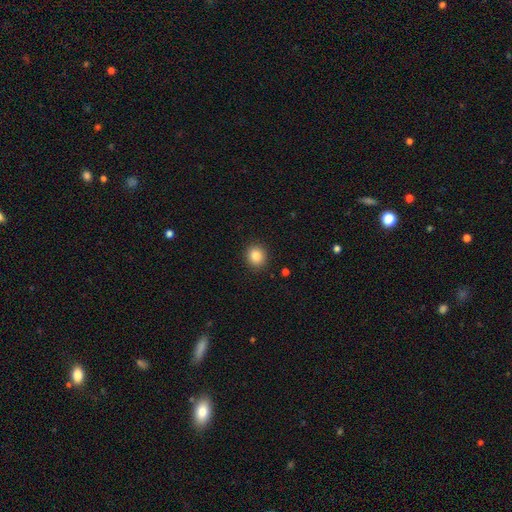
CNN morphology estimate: Q: Smooth or featured?
A: smooth (86%); runner-up: star or artifact (10%)
Q: How rounded?
A: round (84%); runner-up: in between (15%)
Q: Merging?
A: none (91%); runner-up: minor disturbance (6%)